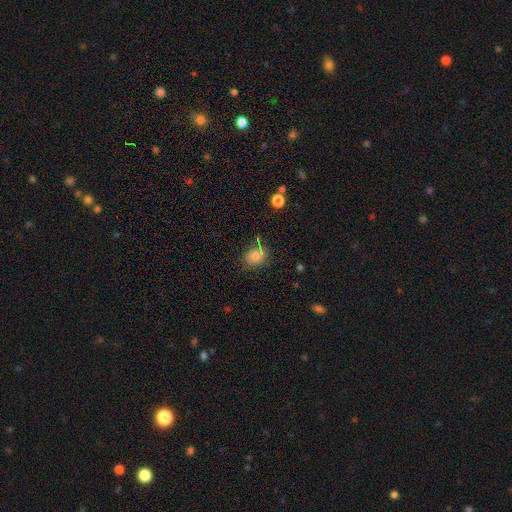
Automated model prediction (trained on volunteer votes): smooth 67%, featured or disk 18%, star or artifact 15%. Down the decision tree: how rounded — round (64%); merging — none (68%).